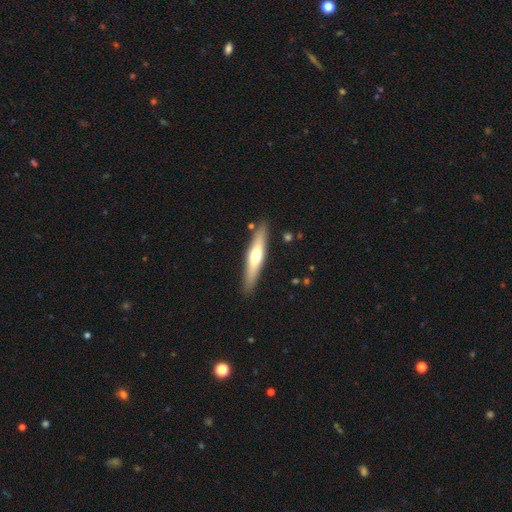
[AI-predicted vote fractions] Smooth or featured?
  - smooth: 48% *
  - featured or disk: 47%
  - star or artifact: 5%
Merging?
  - none: 87% *
  - minor disturbance: 9%
  - merger: 2%
  - major disturbance: 2%